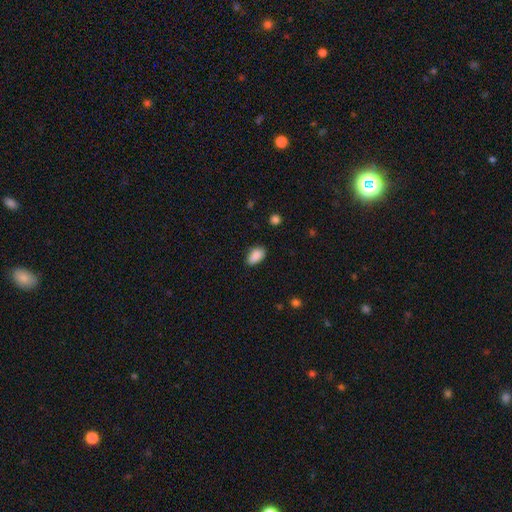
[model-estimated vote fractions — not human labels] This appears to be a smooth galaxy with no disk features (89%) that is in between round and cigar-shaped (92%). Merging: none (83%).